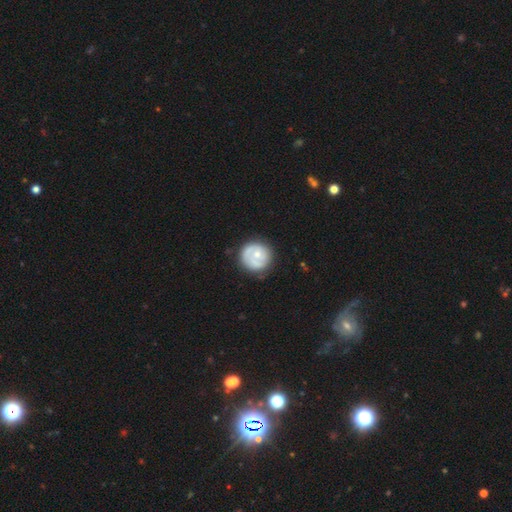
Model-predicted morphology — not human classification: type=featured or disk (51%); edge-on=no (98%); merging=none (72%).